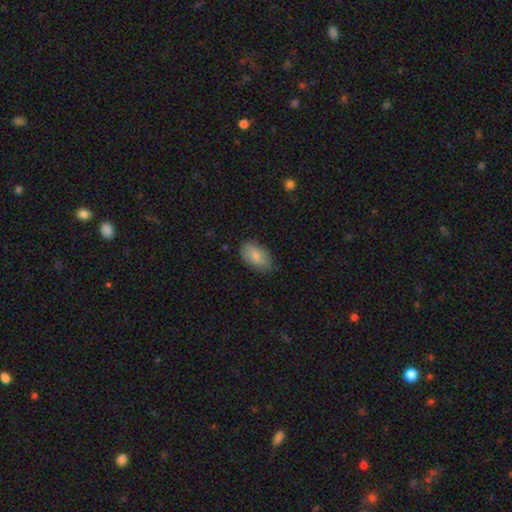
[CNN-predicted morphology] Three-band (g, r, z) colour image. It shows a smooth galaxy with no disk features (78%) that is in between round and cigar-shaped (93%). Merging: none (76%).